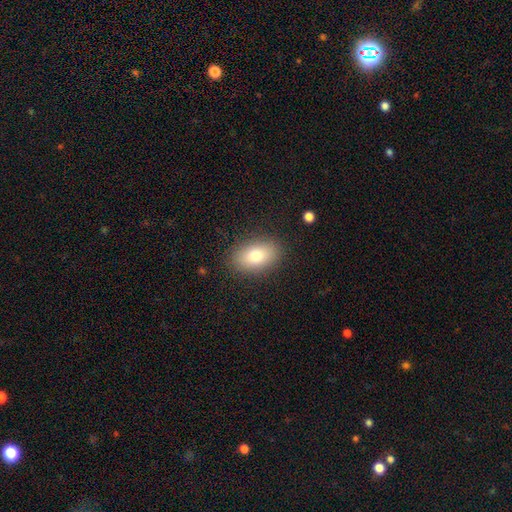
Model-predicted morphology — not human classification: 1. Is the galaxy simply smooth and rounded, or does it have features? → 79% smooth, 13% featured or disk, 8% star or artifact.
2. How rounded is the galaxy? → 89% in between, 10% round, 2% cigar-shaped.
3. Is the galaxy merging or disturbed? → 87% none, 9% minor disturbance, 3% major disturbance, 1% merger.